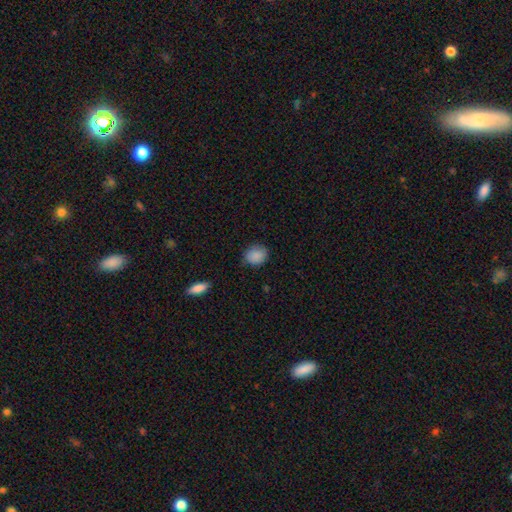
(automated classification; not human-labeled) A smooth galaxy with no disk features (87%) that is round (61%). Merging: none (78%).